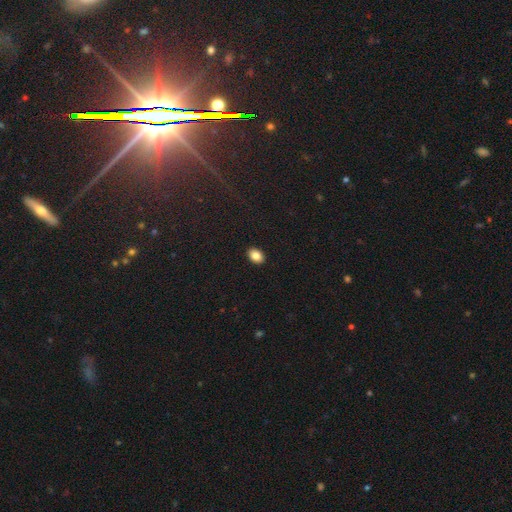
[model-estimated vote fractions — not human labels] Overall: smooth (86%). How rounded: in between (79%). Merging: none (91%).